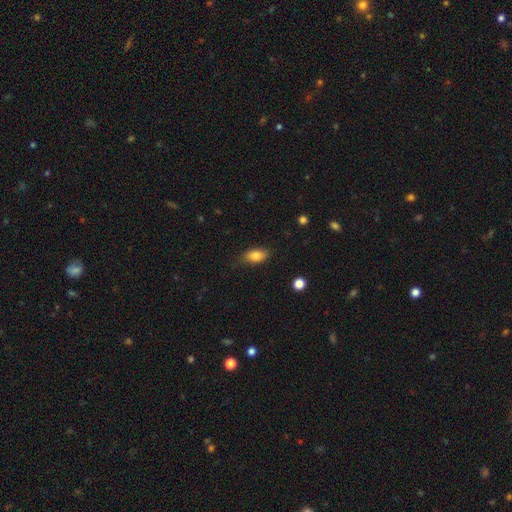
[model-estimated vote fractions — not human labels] Q: Smooth or featured?
A: smooth (82%); runner-up: featured or disk (10%)
Q: How rounded?
A: in between (87%); runner-up: round (7%)
Q: Merging?
A: none (80%); runner-up: minor disturbance (15%)